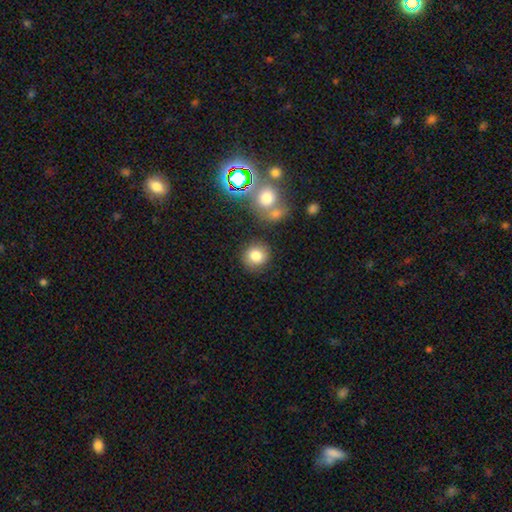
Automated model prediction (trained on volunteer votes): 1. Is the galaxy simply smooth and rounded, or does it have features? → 81% smooth, 11% star or artifact, 8% featured or disk.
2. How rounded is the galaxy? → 87% round, 12% in between, 1% cigar-shaped.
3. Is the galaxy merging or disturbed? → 81% none, 10% minor disturbance, 6% merger, 4% major disturbance.